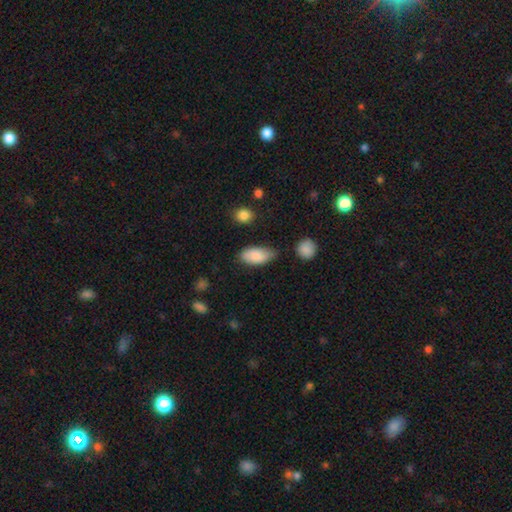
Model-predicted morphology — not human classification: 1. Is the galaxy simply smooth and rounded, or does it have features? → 85% smooth, 8% featured or disk, 7% star or artifact.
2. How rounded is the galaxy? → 92% in between, 5% cigar-shaped, 3% round.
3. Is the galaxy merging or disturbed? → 58% none, 31% minor disturbance, 6% major disturbance, 4% merger.